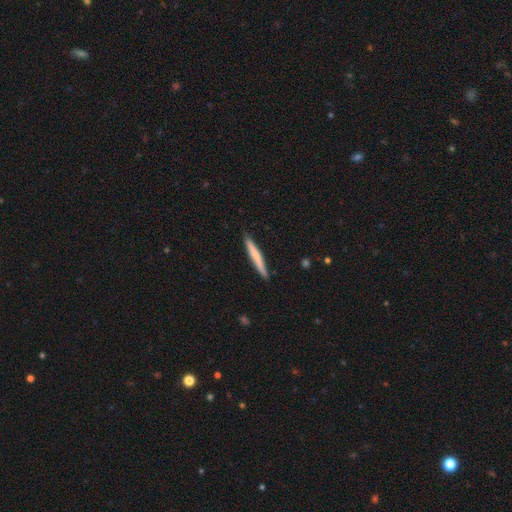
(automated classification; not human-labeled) Overall: smooth (63%; featured or disk 32%). How rounded: cigar-shaped (96%). Merging: none (89%).